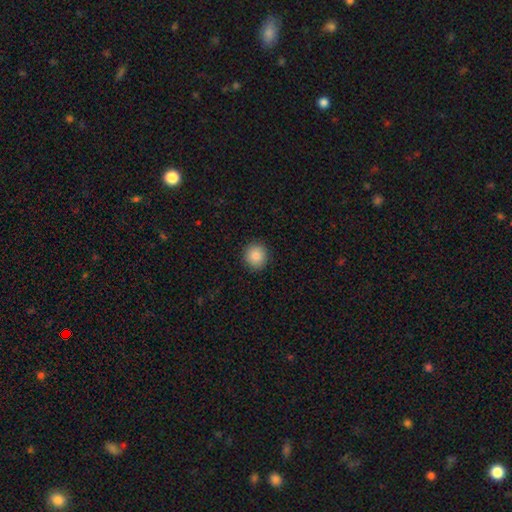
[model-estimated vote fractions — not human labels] Smooth or featured?
  - smooth: 86% *
  - star or artifact: 9%
  - featured or disk: 5%
How rounded?
  - round: 89% *
  - in between: 10%
  - cigar-shaped: 1%
Merging?
  - none: 91% *
  - minor disturbance: 6%
  - major disturbance: 2%
  - merger: 1%